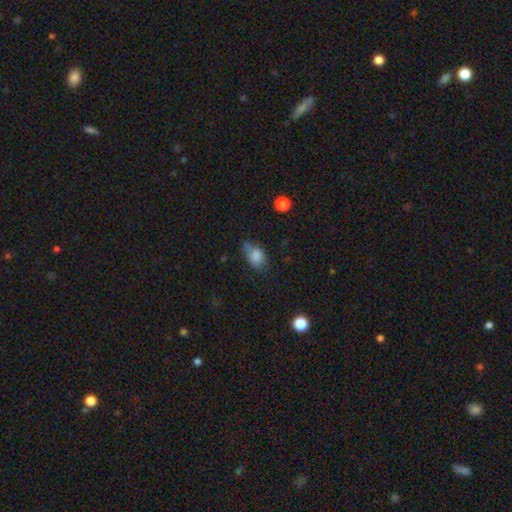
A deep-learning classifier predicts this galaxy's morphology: This is clearly a smooth galaxy (81%). How rounded: likely in between (77%). Merging: possibly none (46%).